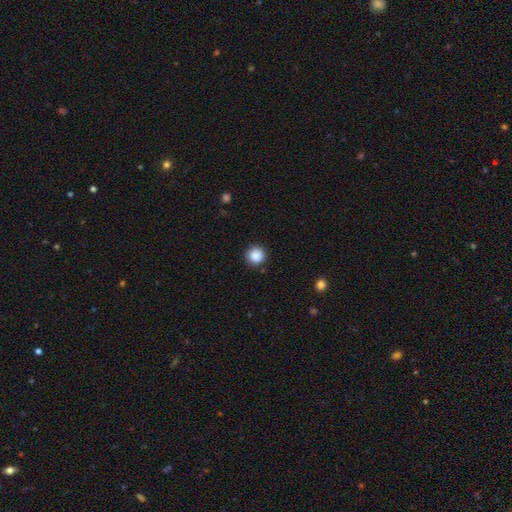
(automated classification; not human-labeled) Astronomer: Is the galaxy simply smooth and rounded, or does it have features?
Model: smooth — 88%.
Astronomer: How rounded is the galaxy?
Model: round — 95%.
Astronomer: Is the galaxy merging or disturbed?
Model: none — 90%.